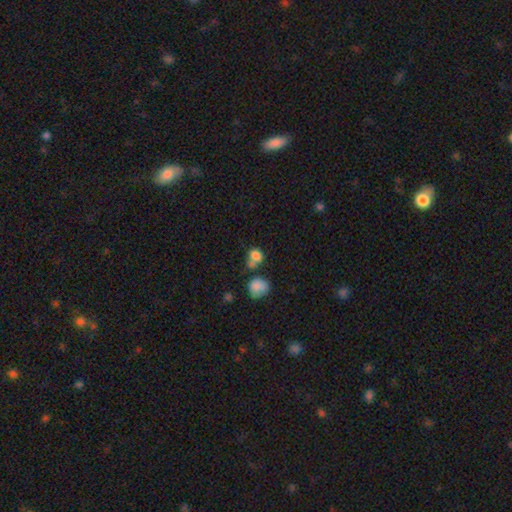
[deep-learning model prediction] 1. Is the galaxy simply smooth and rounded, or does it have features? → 82% smooth, 11% star or artifact, 8% featured or disk.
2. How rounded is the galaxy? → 61% round, 38% in between, 1% cigar-shaped.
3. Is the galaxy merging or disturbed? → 41% merger, 40% none, 13% minor disturbance, 6% major disturbance.